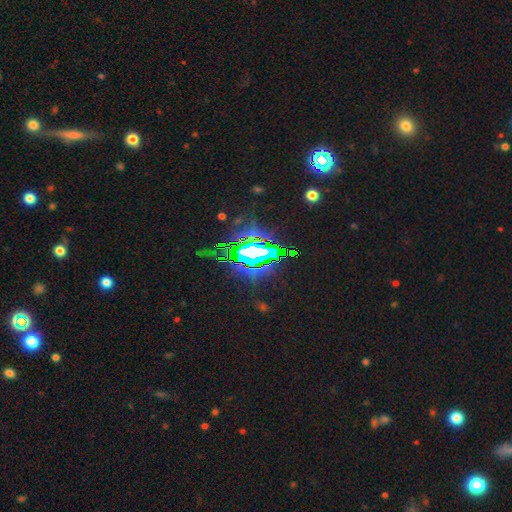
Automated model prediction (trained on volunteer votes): smooth-or-featured: star or artifact: 74% | featured or disk: 15% | smooth: 11%